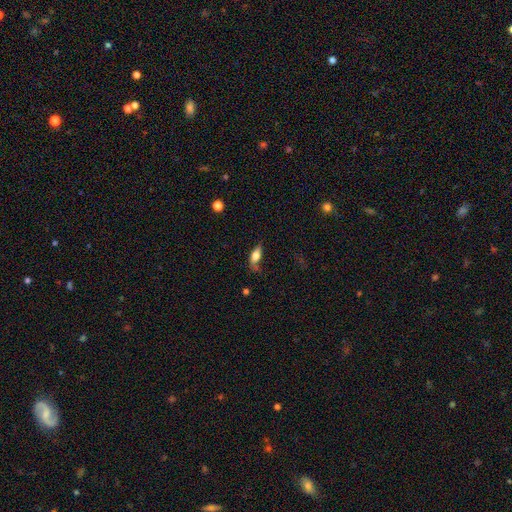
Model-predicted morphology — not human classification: Smooth or featured? smooth (70%)
How rounded? in between (76%)
Merging? none (51%)